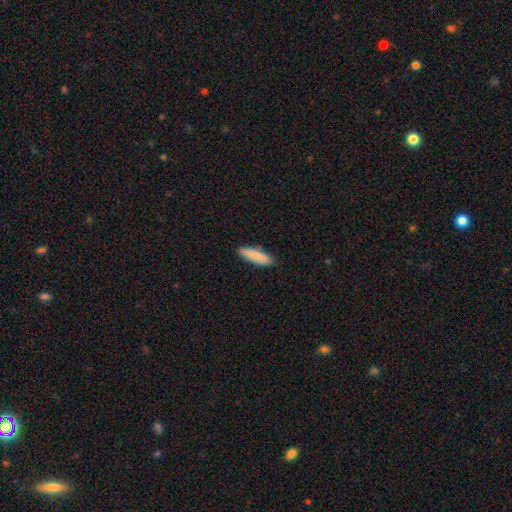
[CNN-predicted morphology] This is clearly a smooth galaxy (88%). How rounded: likely cigar-shaped (63%). Merging: clearly none (87%).